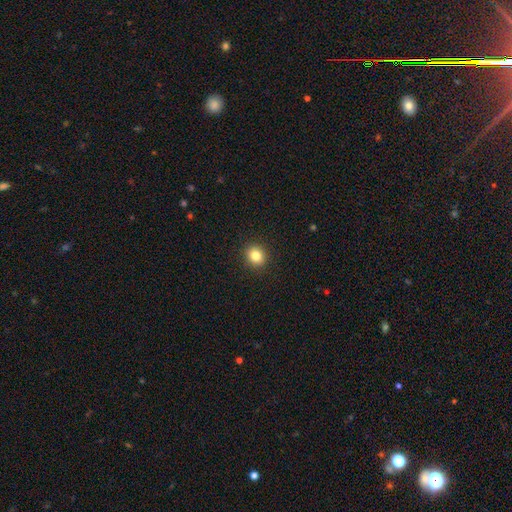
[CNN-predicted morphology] Smooth or featured? Predicted: smooth (p=0.82). How rounded? Predicted: round (p=0.78). Merging? Predicted: none (p=0.92).